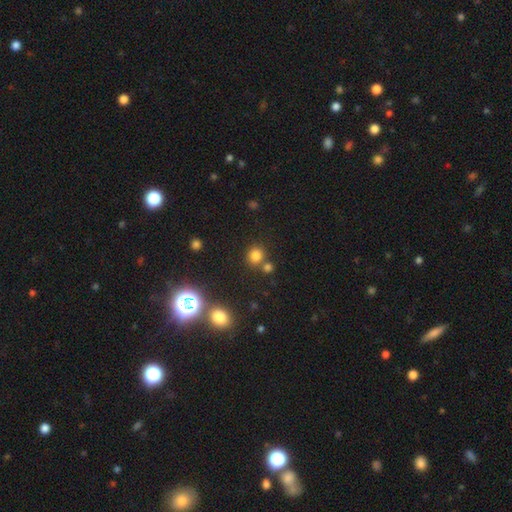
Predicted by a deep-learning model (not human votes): Overall: smooth (77%). How rounded: round (86%). Merging: none (70%).